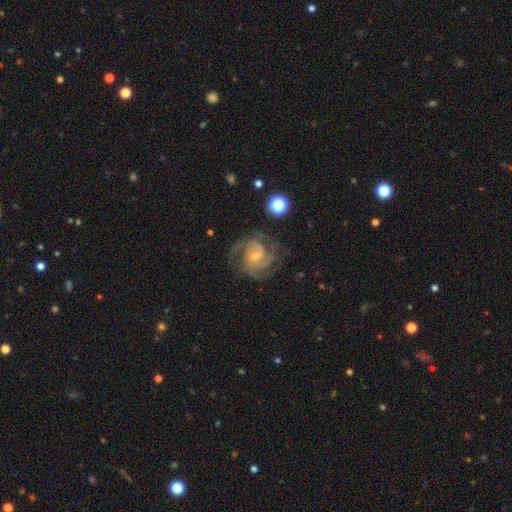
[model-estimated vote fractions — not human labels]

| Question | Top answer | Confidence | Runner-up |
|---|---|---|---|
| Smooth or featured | featured or disk | 86% | smooth (7%) |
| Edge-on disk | no | 98% | yes (2%) |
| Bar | no | 62% | weak (32%) |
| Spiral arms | yes | 97% | no (3%) |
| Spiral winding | medium | 47% | tight (42%) |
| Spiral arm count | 3 | 33% | 2 (31%) |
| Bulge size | small | 70% | moderate (25%) |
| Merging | none | 68% | minor disturbance (18%) |